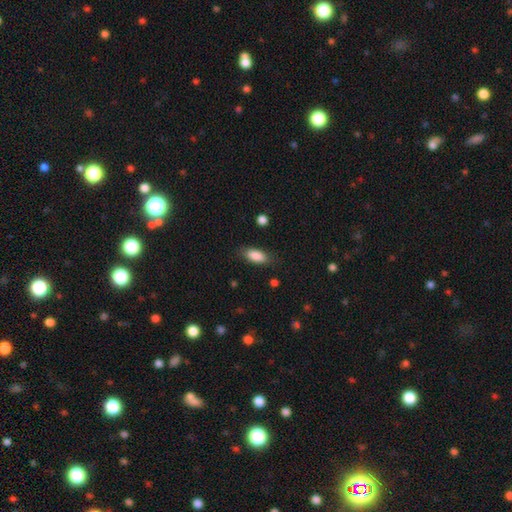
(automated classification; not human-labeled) smooth-or-featured: smooth: 87% | star or artifact: 7% | featured or disk: 6%
  how-rounded: in between: 81% | cigar-shaped: 17% | round: 2%
  merging: none: 82% | minor disturbance: 14% | major disturbance: 3% | merger: 1%